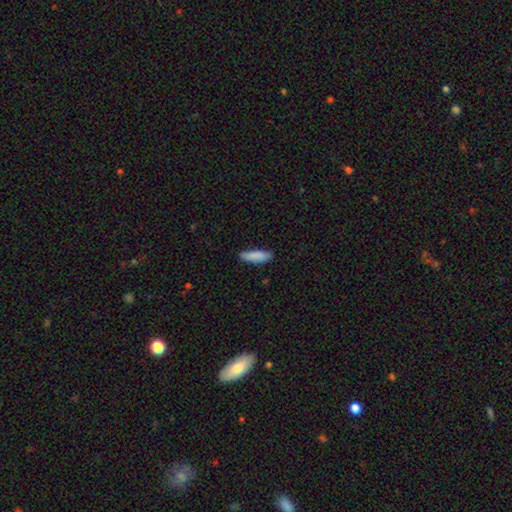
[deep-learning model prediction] A smooth galaxy with no disk features (87%) that is cigar-shaped (59%).

Vote fractions:
- Smooth or featured? smooth: 87% / featured or disk: 7% / star or artifact: 6%
- How rounded? cigar-shaped: 59% / in between: 40% / round: 2%
- Merging? none: 83% / minor disturbance: 13% / major disturbance: 2% / merger: 1%